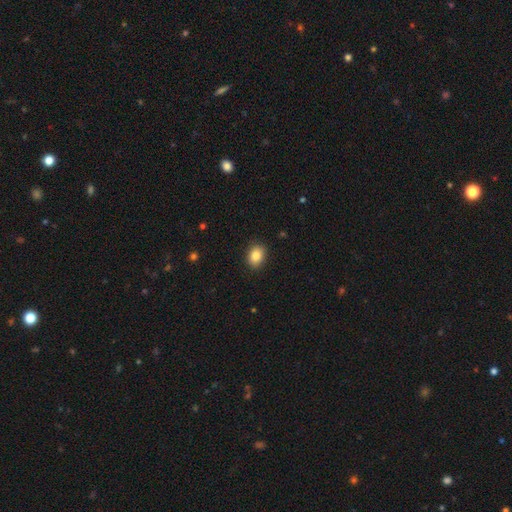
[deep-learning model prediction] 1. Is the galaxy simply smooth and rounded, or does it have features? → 86% smooth, 9% star or artifact, 6% featured or disk.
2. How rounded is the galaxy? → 67% in between, 32% round, 1% cigar-shaped.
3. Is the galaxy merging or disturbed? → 89% none, 8% minor disturbance, 2% major disturbance, 1% merger.